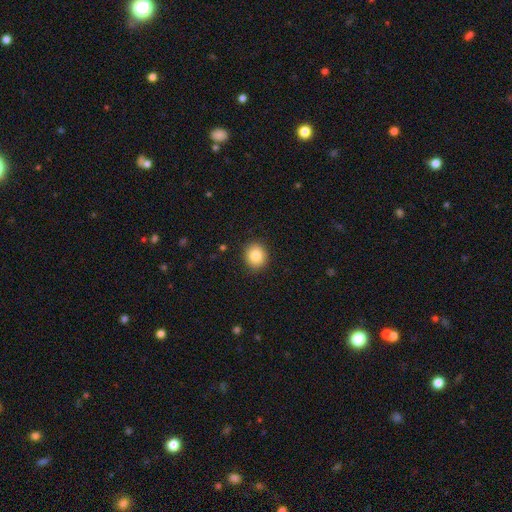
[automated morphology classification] Smooth or featured? smooth (84%)
How rounded? round (81%)
Merging? none (90%)